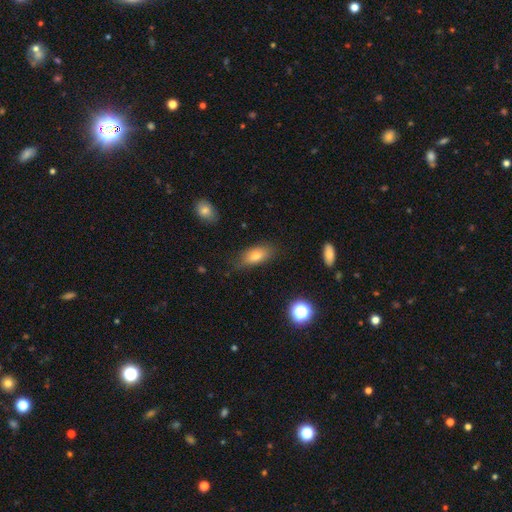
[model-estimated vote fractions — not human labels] Smooth or featured: smooth — 76% (featured or disk — 15%)
How rounded: in between — 84% (cigar-shaped — 11%)
Merging: none — 77% (minor disturbance — 18%)